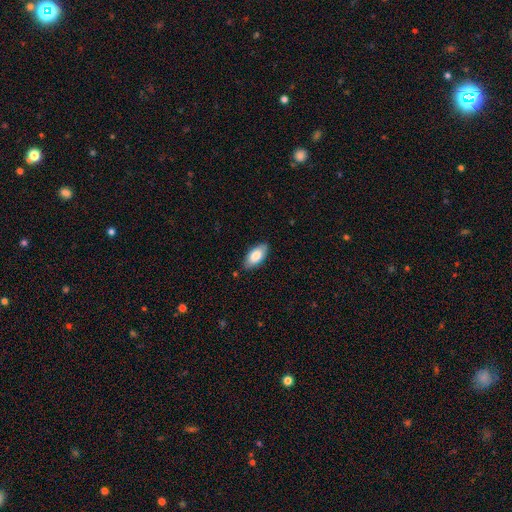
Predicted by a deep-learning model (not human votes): This appears to be a smooth galaxy with no disk features (80%) that is in between round and cigar-shaped (92%). Merging: none (84%).